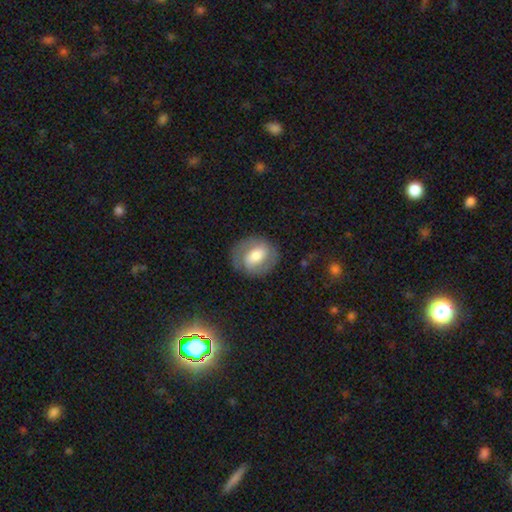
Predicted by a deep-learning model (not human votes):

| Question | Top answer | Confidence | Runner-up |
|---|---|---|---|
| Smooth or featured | featured or disk | 55% | smooth (38%) |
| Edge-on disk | no | 96% | yes (4%) |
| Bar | weak | 40% | no (33%) |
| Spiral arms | yes | 70% | no (30%) |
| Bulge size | moderate | 57% | large (21%) |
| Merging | none | 77% | minor disturbance (14%) |